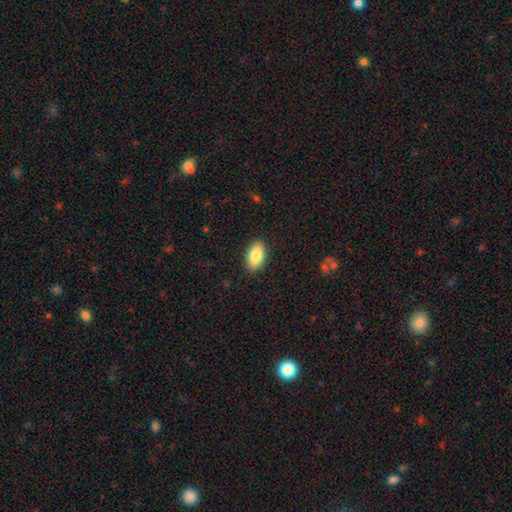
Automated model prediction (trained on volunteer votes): Smooth or featured? Predicted: smooth (p=0.87). How rounded? Predicted: in between (p=0.94). Merging? Predicted: none (p=0.89).